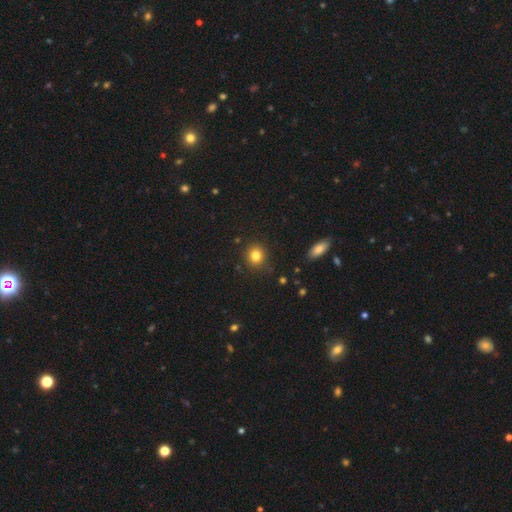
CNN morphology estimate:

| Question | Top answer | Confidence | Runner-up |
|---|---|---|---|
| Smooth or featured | smooth | 83% | star or artifact (11%) |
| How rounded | round | 81% | in between (18%) |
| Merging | none | 86% | minor disturbance (10%) |